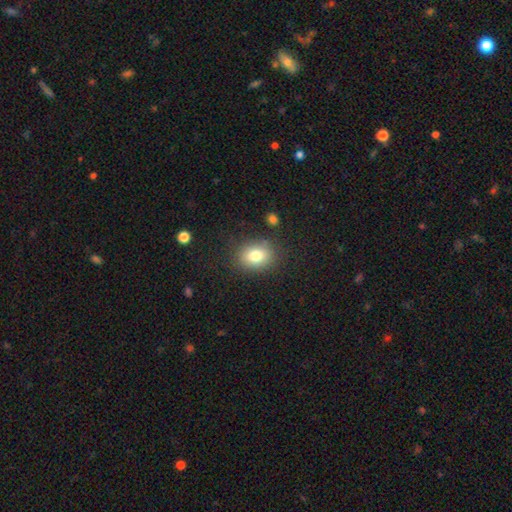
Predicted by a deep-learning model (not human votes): Morphology: type=smooth (80%); roundness=in between (50%); merging=none (83%).